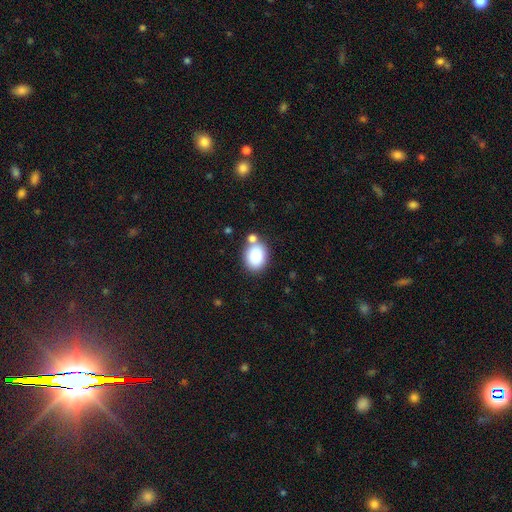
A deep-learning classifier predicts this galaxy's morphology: Overall: smooth (85%). How rounded: in between (65%; round 34%). Merging: none (67%).